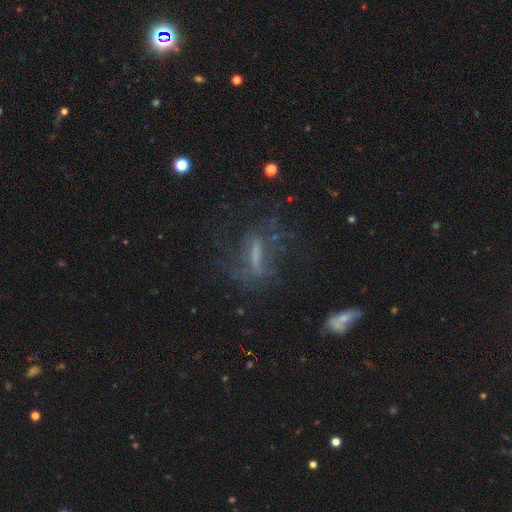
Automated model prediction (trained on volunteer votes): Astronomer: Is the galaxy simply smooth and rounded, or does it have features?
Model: featured or disk — 56%.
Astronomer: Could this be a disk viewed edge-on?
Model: no — 74%.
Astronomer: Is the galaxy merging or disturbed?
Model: none — 53%.